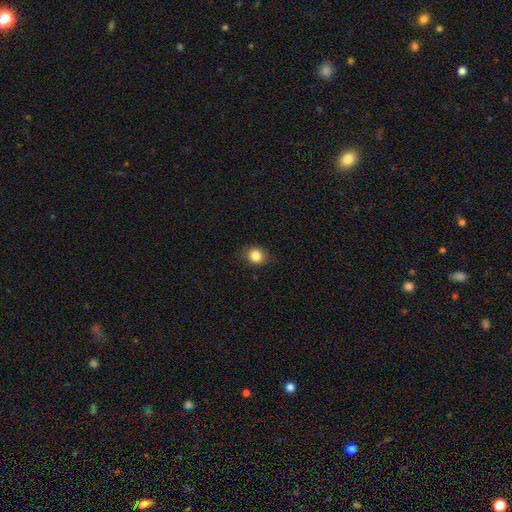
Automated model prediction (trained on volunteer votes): Q: Smooth or featured?
A: smooth (84%); runner-up: star or artifact (11%)
Q: How rounded?
A: round (69%); runner-up: in between (30%)
Q: Merging?
A: none (86%); runner-up: minor disturbance (10%)